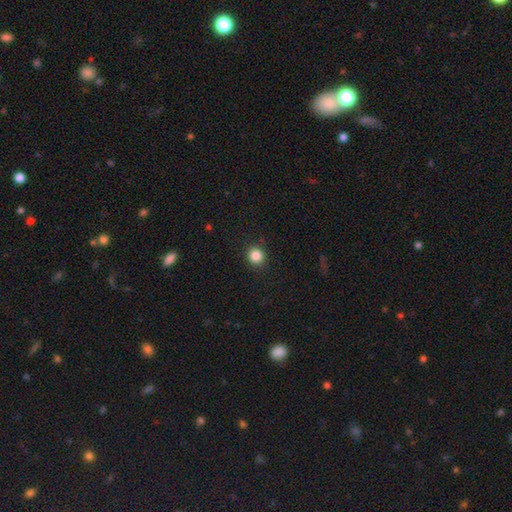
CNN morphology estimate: smooth 85%, star or artifact 11%, featured or disk 4%. Down the decision tree: how rounded — round (90%); merging — none (91%).